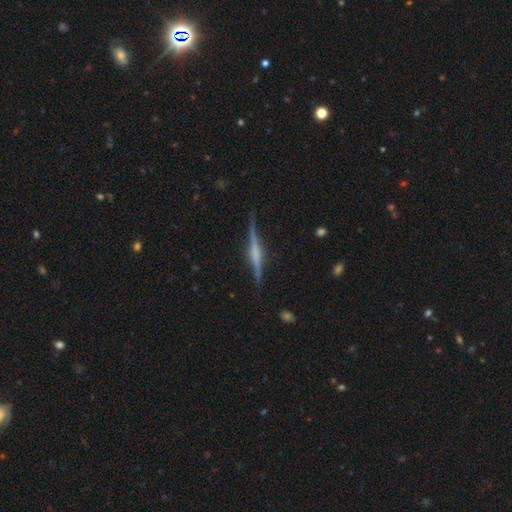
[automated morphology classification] This is likely a featured or disk galaxy (79%). It is clearly viewed edge-on (98%). Edge-on bulge: possibly rounded (46%). Merging: clearly none (85%).